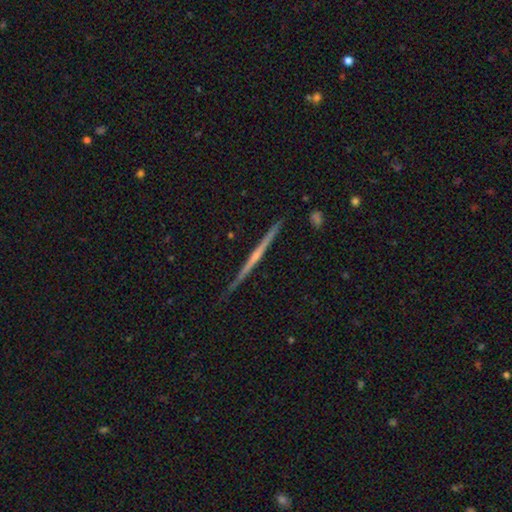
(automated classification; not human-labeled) Overall: featured or disk (76%). Edge-on disk: yes (98%). Edge-on bulge: rounded (49%; none 44%). Merging: none (91%).